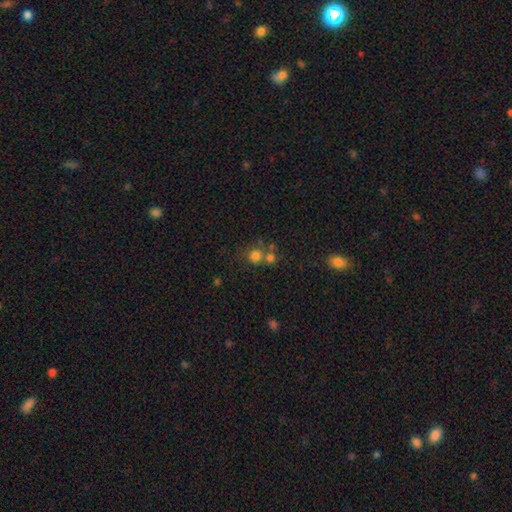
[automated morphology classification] A smooth galaxy with no disk features (73%) that is round (87%). Merging: none (50%).